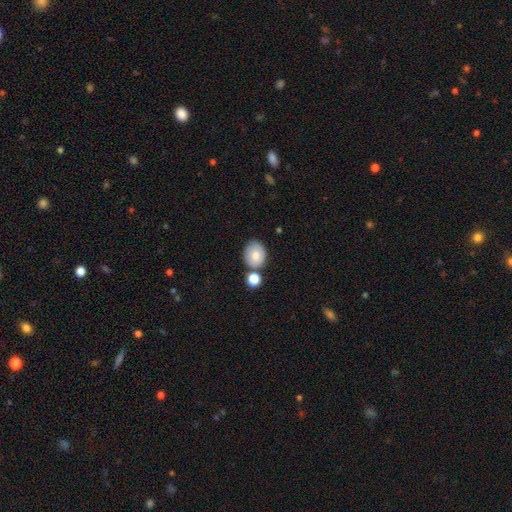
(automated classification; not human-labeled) smooth 79%, featured or disk 13%, star or artifact 8%. Down the decision tree: how rounded — round (63%); merging — none (67%).